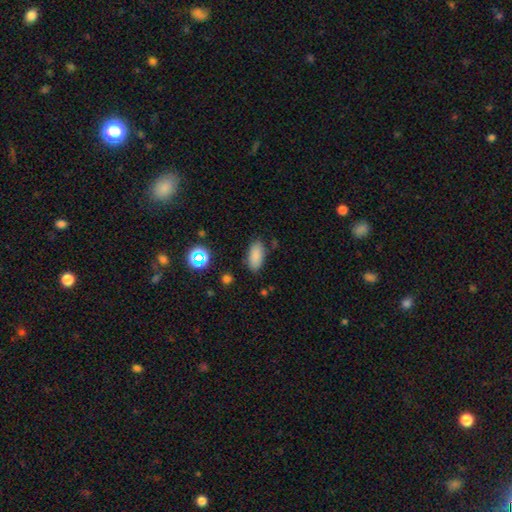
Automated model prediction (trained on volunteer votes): A smooth galaxy with no disk features (84%) that is in between round and cigar-shaped (89%). Merging: none (81%).